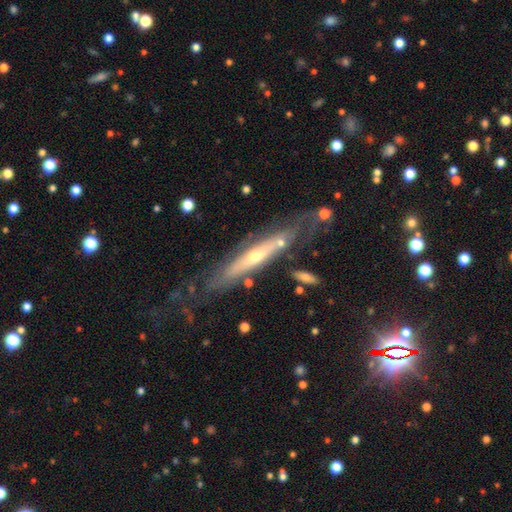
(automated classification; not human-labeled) A featured or disk galaxy (76%) viewed edge-on (64%). Merging: none (63%).